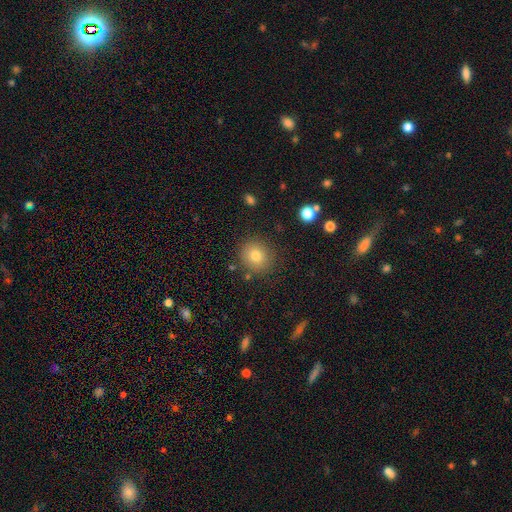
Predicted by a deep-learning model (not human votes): Smooth or featured?
  - smooth: 79% *
  - star or artifact: 12%
  - featured or disk: 9%
How rounded?
  - round: 87% *
  - in between: 12%
  - cigar-shaped: 1%
Merging?
  - none: 86% *
  - minor disturbance: 9%
  - major disturbance: 3%
  - merger: 2%